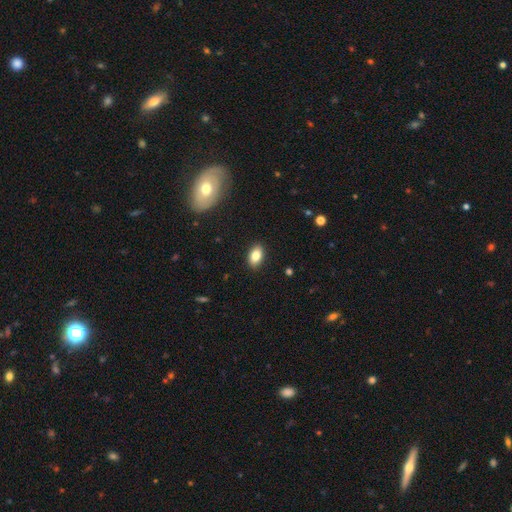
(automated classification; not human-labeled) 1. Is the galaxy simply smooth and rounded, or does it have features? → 83% smooth, 9% featured or disk, 8% star or artifact.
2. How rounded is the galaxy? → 90% in between, 7% round, 2% cigar-shaped.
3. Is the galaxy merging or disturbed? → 89% none, 8% minor disturbance, 2% major disturbance, 1% merger.